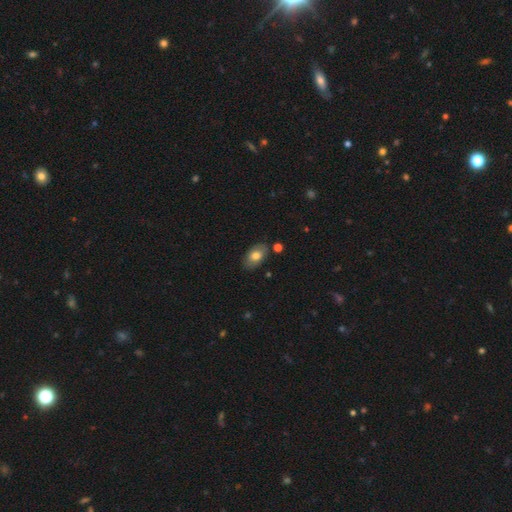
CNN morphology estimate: type=smooth (74%); roundness=in between (91%); merging=none (81%).